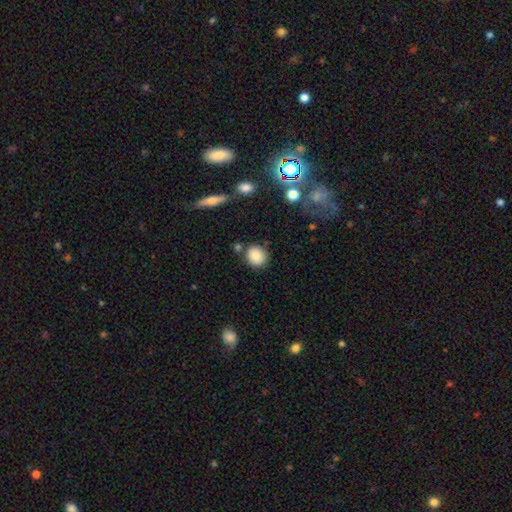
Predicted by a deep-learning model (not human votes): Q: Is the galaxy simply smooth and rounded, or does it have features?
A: smooth — 86%.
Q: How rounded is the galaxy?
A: round — 75%.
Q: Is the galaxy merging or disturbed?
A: none — 78%.